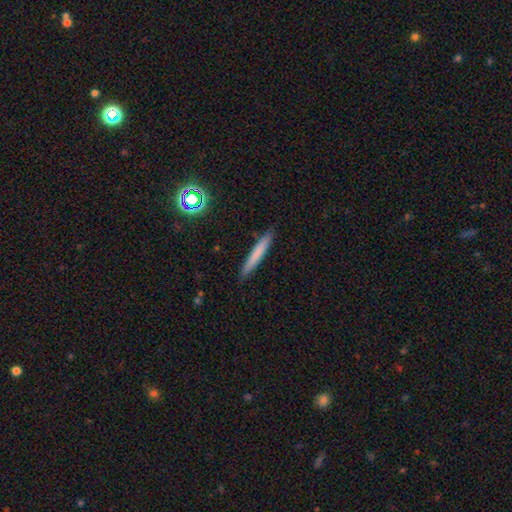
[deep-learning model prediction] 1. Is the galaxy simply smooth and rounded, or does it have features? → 75% smooth, 18% featured or disk, 7% star or artifact.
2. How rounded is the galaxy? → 95% cigar-shaped, 4% in between, 1% round.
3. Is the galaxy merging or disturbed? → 89% none, 8% minor disturbance, 2% major disturbance, 1% merger.